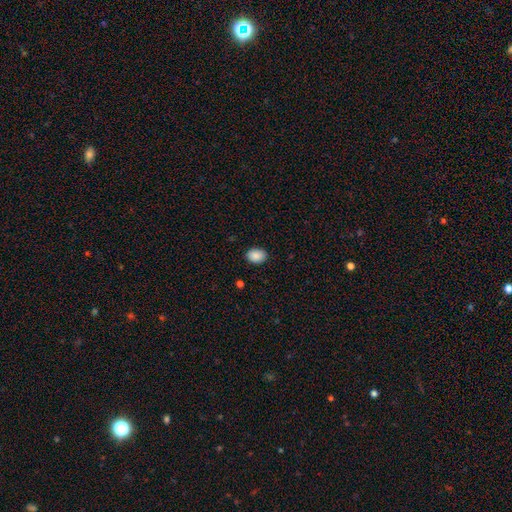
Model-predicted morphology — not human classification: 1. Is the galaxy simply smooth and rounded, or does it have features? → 89% smooth, 8% star or artifact, 4% featured or disk.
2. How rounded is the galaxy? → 67% in between, 32% round, 1% cigar-shaped.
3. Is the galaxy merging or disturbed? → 88% none, 9% minor disturbance, 2% major disturbance, 1% merger.